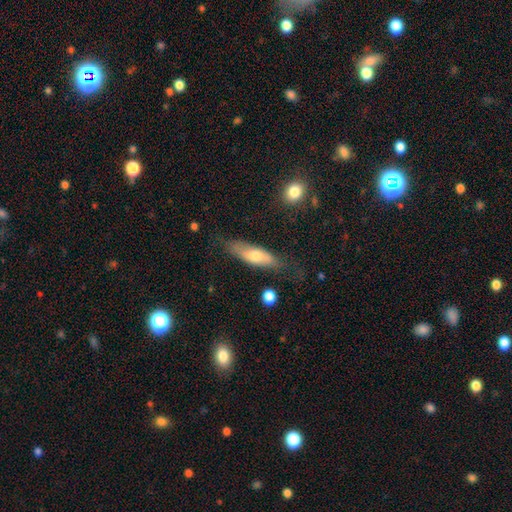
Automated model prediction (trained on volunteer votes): smooth_or_featured: smooth (p=0.55) [alt: featured or disk p=0.38]
how_rounded: cigar-shaped (p=0.56) [alt: in between p=0.41]
merging: none (p=0.70) [alt: minor disturbance p=0.22]